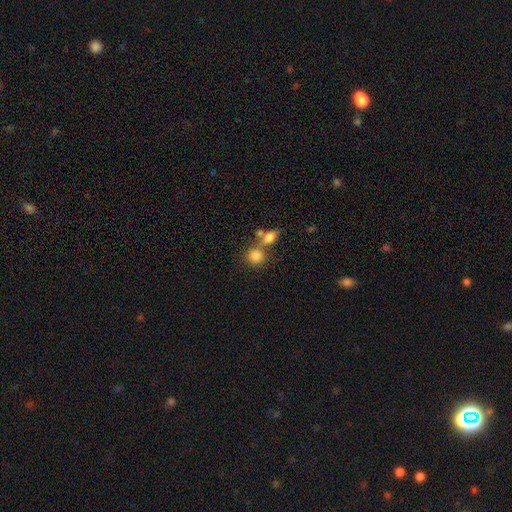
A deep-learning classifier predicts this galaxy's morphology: The model was most divided on "merging": none: 51%, merger: 35%, minor disturbance: 10%, major disturbance: 5%. More confident: smooth or featured — smooth (82%); how rounded — round (79%).